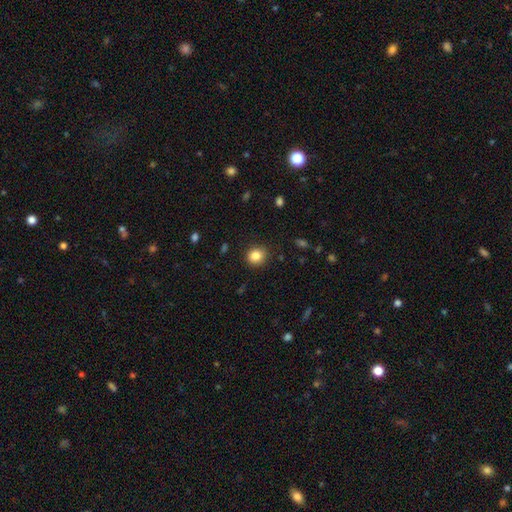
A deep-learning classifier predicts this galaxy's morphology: smooth-or-featured: smooth: 84% | star or artifact: 10% | featured or disk: 5%
  how-rounded: round: 85% | in between: 14% | cigar-shaped: 1%
  merging: none: 89% | minor disturbance: 8% | major disturbance: 2% | merger: 1%